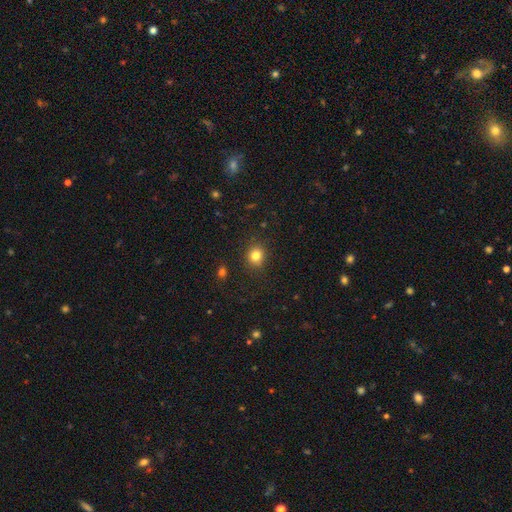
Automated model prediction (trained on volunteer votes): Overall: smooth (81%). How rounded: round (82%). Merging: none (87%).